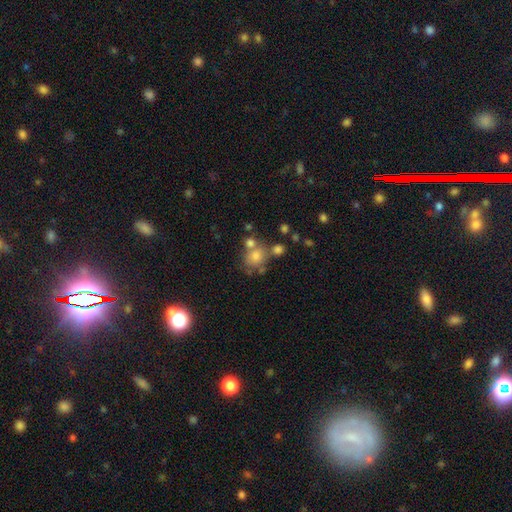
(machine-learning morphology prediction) A smooth galaxy with no disk features (70%) that is round (76%).

Vote fractions:
- Smooth or featured? smooth: 70% / star or artifact: 15% / featured or disk: 15%
- How rounded? round: 76% / in between: 23% / cigar-shaped: 1%
- Merging? none: 51% / merger: 29% / minor disturbance: 13% / major disturbance: 7%